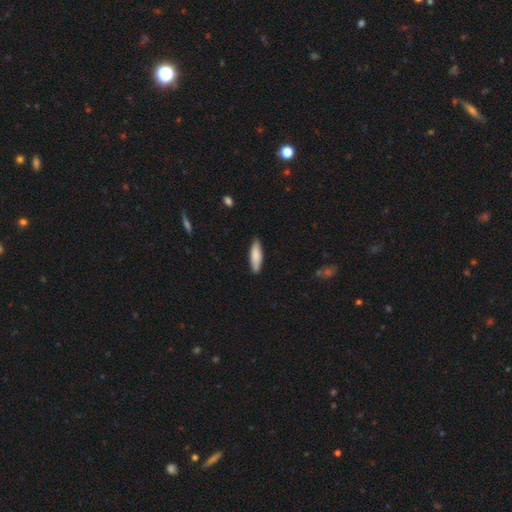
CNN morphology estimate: Smooth or featured?
  - smooth: 83% *
  - featured or disk: 11%
  - star or artifact: 5%
How rounded?
  - cigar-shaped: 58% *
  - in between: 40%
  - round: 1%
Merging?
  - none: 85% *
  - minor disturbance: 12%
  - major disturbance: 2%
  - merger: 1%